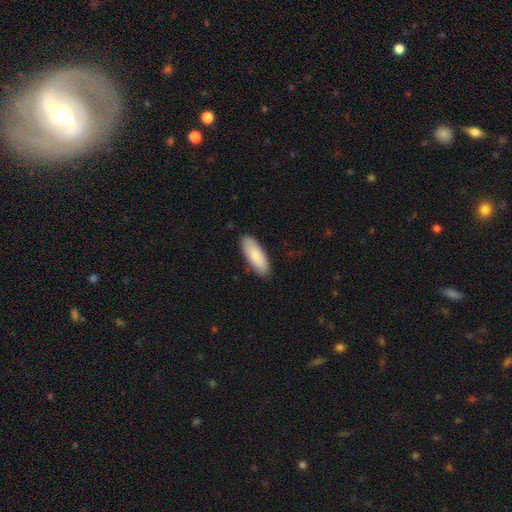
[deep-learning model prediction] Smooth or featured? Predicted: smooth (p=0.84). How rounded? Predicted: in between (p=0.75). Merging? Predicted: none (p=0.87).